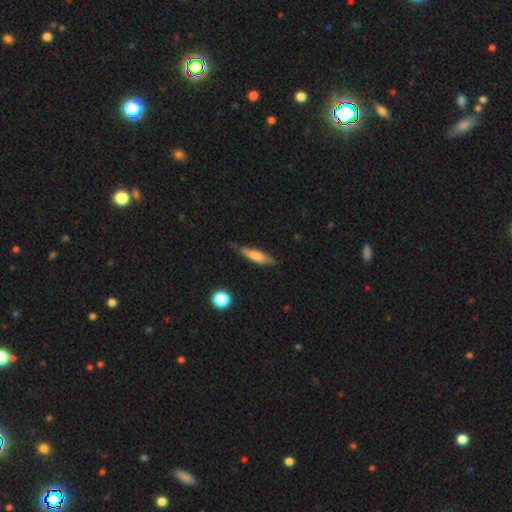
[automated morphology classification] Q: Smooth or featured?
A: smooth (65%); runner-up: featured or disk (28%)
Q: How rounded?
A: cigar-shaped (70%); runner-up: in between (28%)
Q: Merging?
A: none (66%); runner-up: minor disturbance (26%)